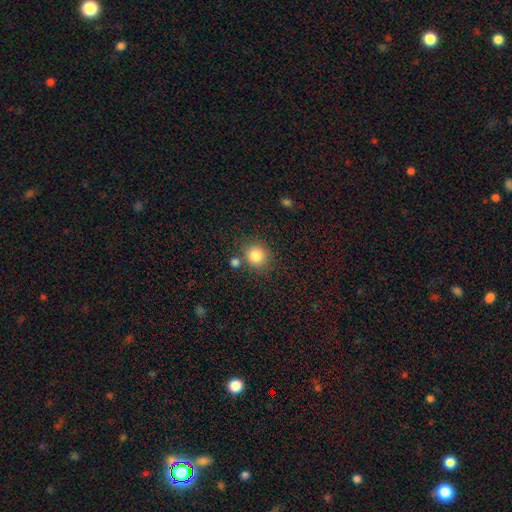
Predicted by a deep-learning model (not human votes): Morphology: type=smooth (85%); roundness=round (89%); merging=none (75%).